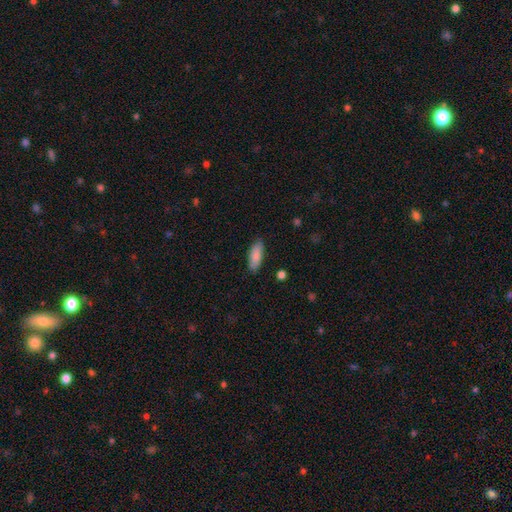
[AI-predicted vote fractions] Smooth or featured? smooth (86%)
How rounded? in between (72%)
Merging? none (84%)